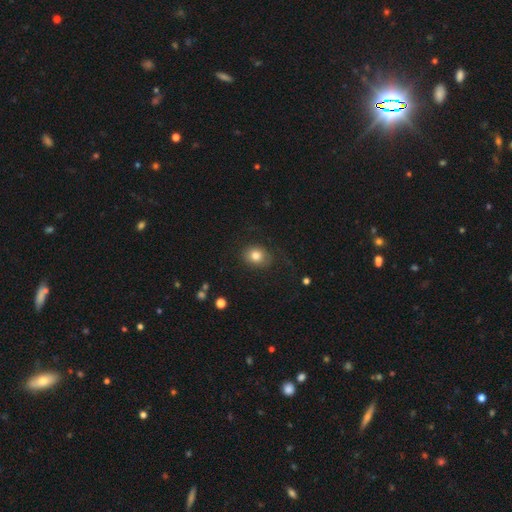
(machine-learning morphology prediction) This is clearly a smooth galaxy (80%). How rounded: likely round (60%). Merging: likely none (77%).